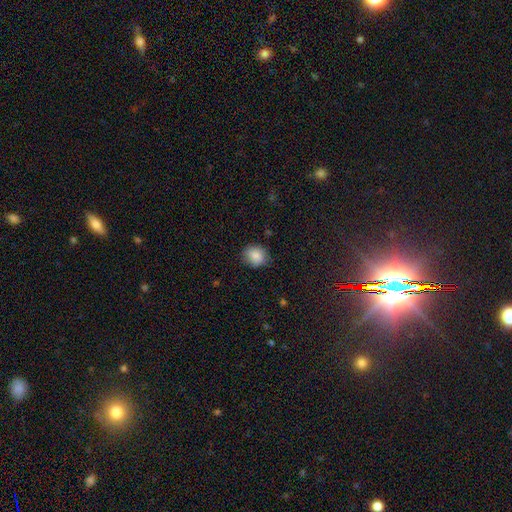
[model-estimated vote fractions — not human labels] A smooth galaxy with no disk features (86%) that is round (69%).

Vote fractions:
- Smooth or featured? smooth: 86% / star or artifact: 8% / featured or disk: 5%
- How rounded? round: 69% / in between: 30% / cigar-shaped: 1%
- Merging? none: 79% / minor disturbance: 16% / major disturbance: 4% / merger: 1%